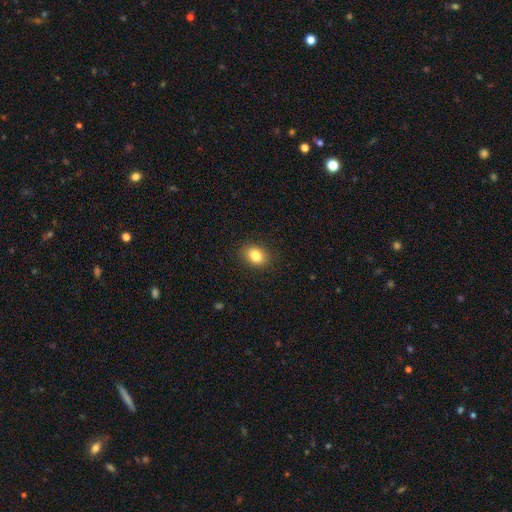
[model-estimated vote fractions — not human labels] Morphology: type=smooth (84%); roundness=in between (71%); merging=none (88%).